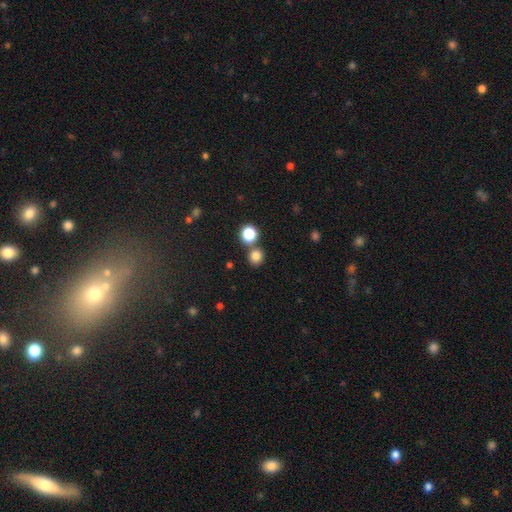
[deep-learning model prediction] smooth-or-featured: smooth: 80% | star or artifact: 15% | featured or disk: 5%
  how-rounded: round: 86% | in between: 13% | cigar-shaped: 1%
  merging: none: 71% | merger: 19% | minor disturbance: 7% | major disturbance: 3%